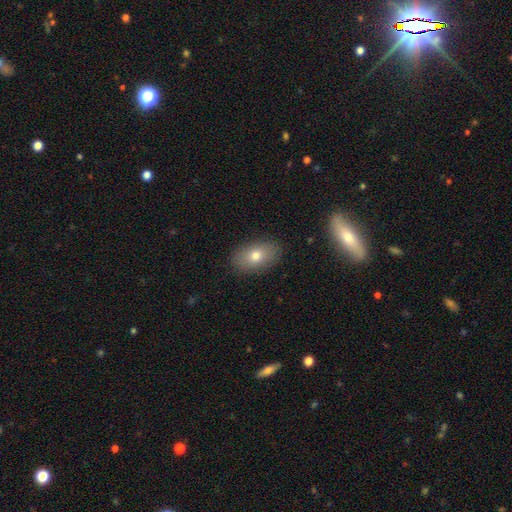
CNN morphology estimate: This is likely a smooth galaxy (76%). How rounded: clearly in between (89%). Merging: clearly none (87%).